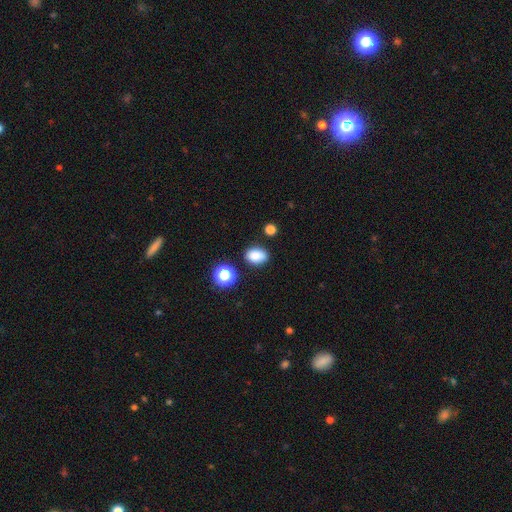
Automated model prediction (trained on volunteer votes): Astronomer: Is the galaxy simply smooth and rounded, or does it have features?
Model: smooth — 83%.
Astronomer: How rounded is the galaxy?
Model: in between — 72%.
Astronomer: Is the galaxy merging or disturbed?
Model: none — 78%.